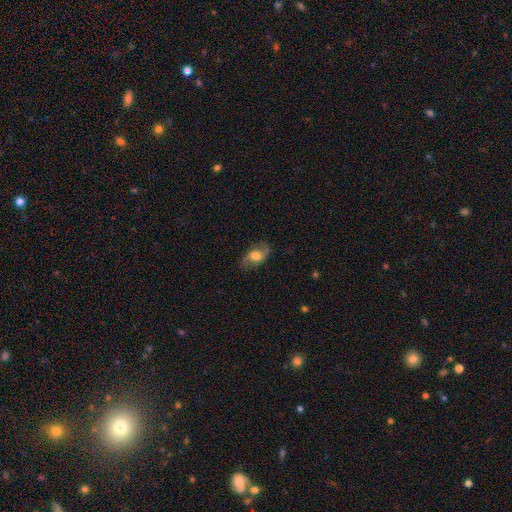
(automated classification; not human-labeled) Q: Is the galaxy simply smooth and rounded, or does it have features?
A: featured or disk — 54%.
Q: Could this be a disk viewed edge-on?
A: no — 91%.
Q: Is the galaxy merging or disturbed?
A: none — 78%.